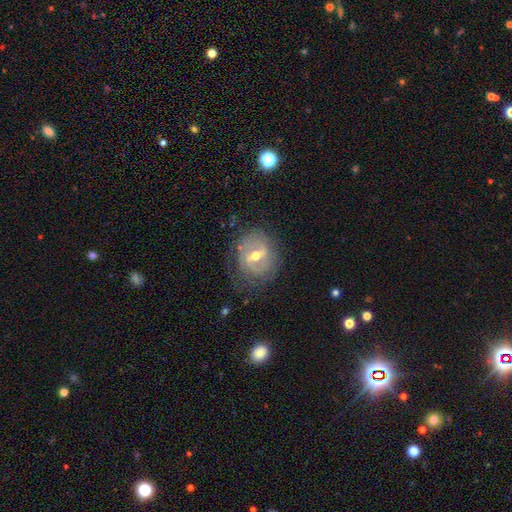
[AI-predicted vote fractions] featured or disk 81%, smooth 13%, star or artifact 6%. Down the decision tree: edge-on disk — no (96%); bar — weak (51%); spiral arms — yes (84%); spiral arm count — 2 (58%); spiral winding — tight (45%); bulge size — moderate (67%); merging — none (70%).